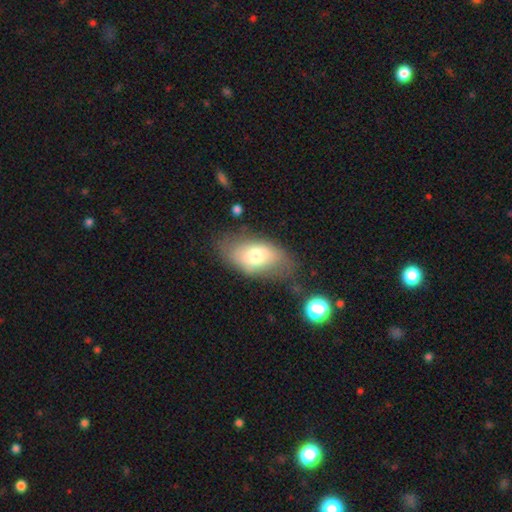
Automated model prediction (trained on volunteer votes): A smooth galaxy with no disk features (67%) that is in between round and cigar-shaped (91%). Merging: none (64%).